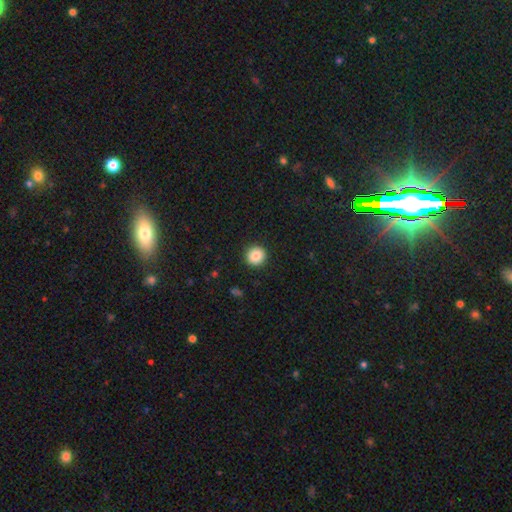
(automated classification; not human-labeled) The model was most divided on "smooth or featured": smooth: 86%, star or artifact: 9%, featured or disk: 5%. More confident: how rounded — round (94%); merging — none (92%).